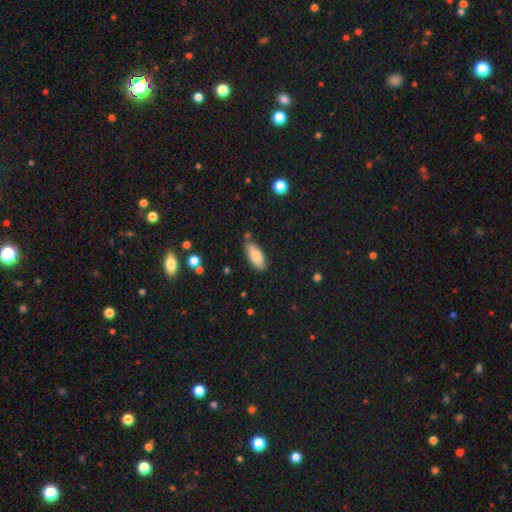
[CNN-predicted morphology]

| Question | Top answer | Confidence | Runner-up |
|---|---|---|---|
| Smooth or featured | smooth | 75% | featured or disk (19%) |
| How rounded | in between | 81% | cigar-shaped (17%) |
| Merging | none | 80% | minor disturbance (14%) |